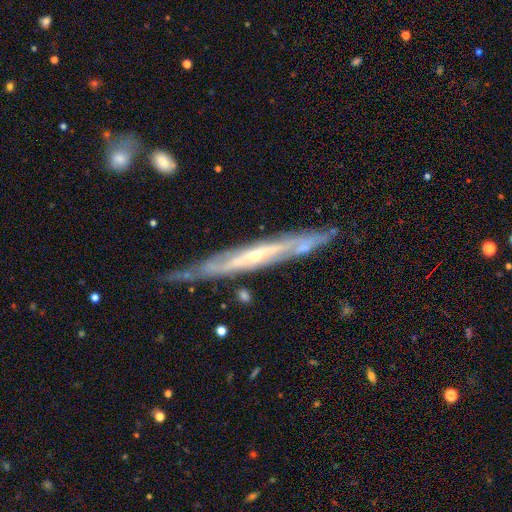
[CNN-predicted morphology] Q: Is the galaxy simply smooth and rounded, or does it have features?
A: featured or disk — 82%.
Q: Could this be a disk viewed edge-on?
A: yes — 72%.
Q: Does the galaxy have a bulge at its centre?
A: rounded — 51%.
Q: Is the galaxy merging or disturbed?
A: none — 71%.